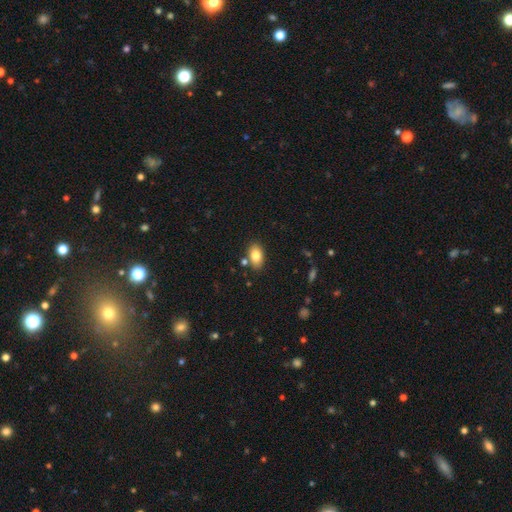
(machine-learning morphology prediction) Smooth or featured? Predicted: smooth (p=0.81). How rounded? Predicted: in between (p=0.90). Merging? Predicted: none (p=0.80).